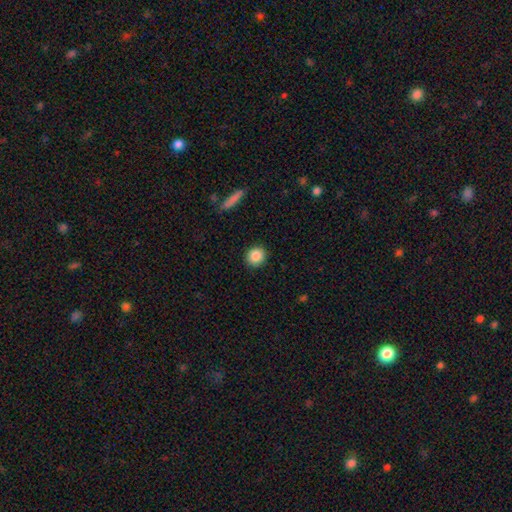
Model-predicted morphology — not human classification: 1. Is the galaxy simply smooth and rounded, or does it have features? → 86% smooth, 8% star or artifact, 5% featured or disk.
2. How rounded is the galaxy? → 84% round, 14% in between, 1% cigar-shaped.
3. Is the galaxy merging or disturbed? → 91% none, 6% minor disturbance, 2% major disturbance, 1% merger.